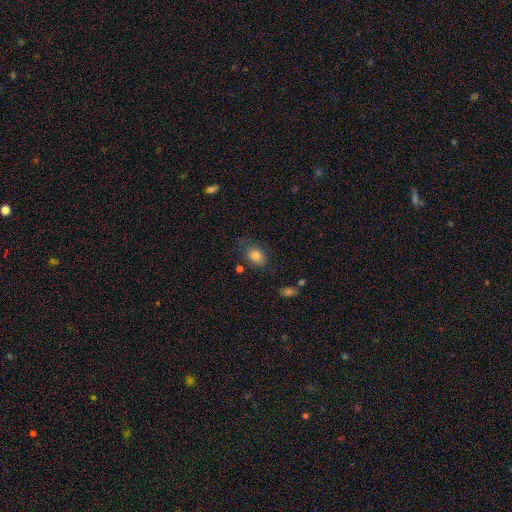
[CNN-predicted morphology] smooth-or-featured: smooth: 80% | featured or disk: 10% | star or artifact: 10%
  how-rounded: in between: 68% | round: 31% | cigar-shaped: 1%
  merging: none: 62% | minor disturbance: 26% | major disturbance: 9% | merger: 4%